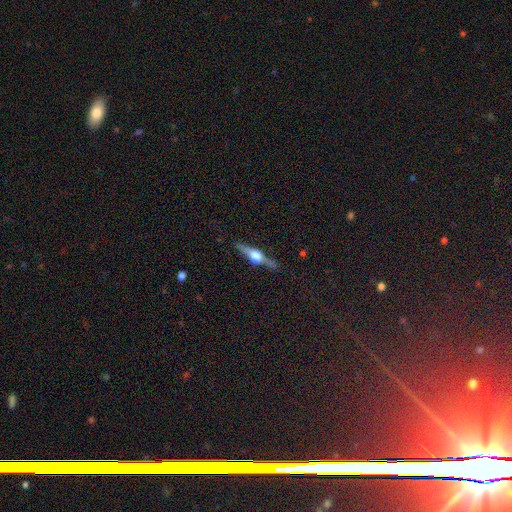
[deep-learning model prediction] A featured or disk galaxy (79%) viewed edge-on (97%) with a rounded central bulge (95%).

Vote fractions:
- Smooth or featured? featured or disk: 79% / smooth: 14% / star or artifact: 7%
- Edge-on disk? yes: 97% / no: 3%
- Edge-on bulge? rounded: 95% / boxy: 3% / none: 1%
- Merging? none: 85% / minor disturbance: 11% / major disturbance: 3% / merger: 2%